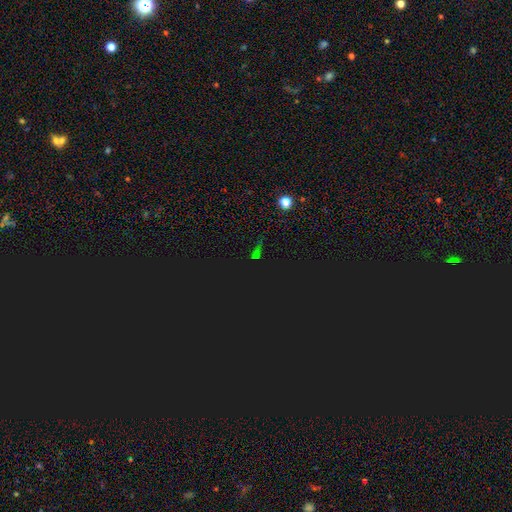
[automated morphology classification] Smooth or featured: star or artifact — 71% (smooth — 20%)